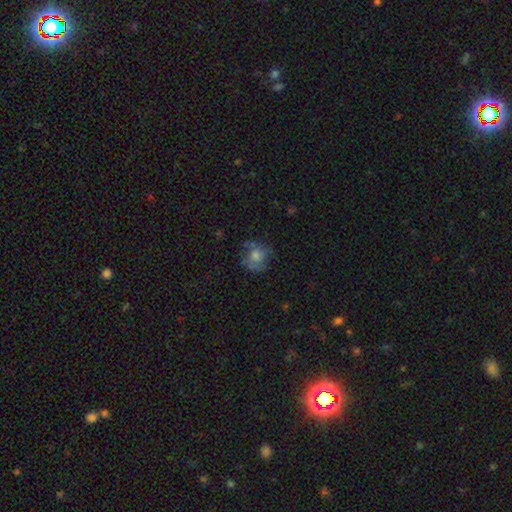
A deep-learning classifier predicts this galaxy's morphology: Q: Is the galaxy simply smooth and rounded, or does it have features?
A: smooth — 45%.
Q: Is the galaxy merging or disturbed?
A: none — 61%.